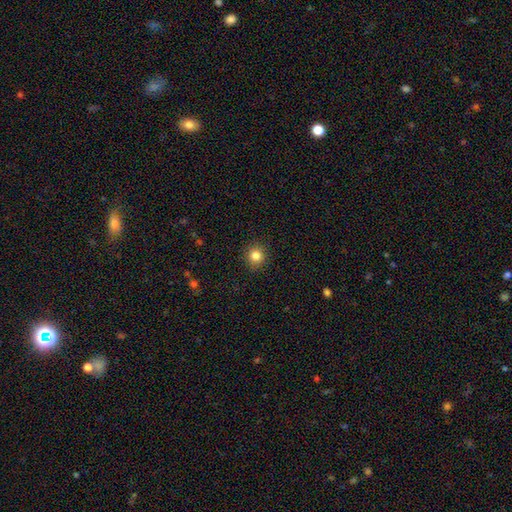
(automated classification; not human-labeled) Overall: smooth (83%). How rounded: round (90%). Merging: none (91%).